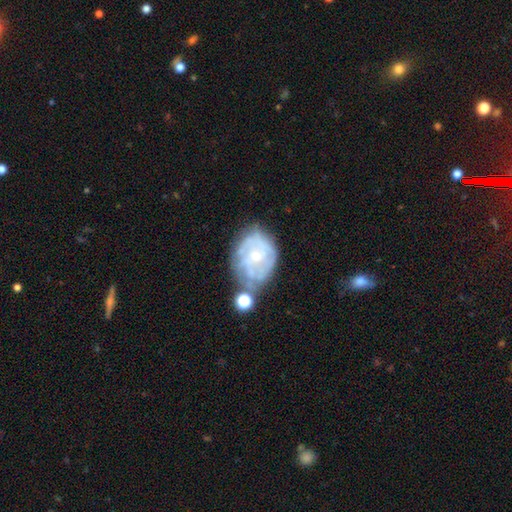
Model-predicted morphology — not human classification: smooth_or_featured: featured or disk (p=0.72) [alt: smooth p=0.19]
disk_edge_on: no (p=0.97) [alt: yes p=0.03]
bar: no (p=0.77) [alt: weak p=0.20]
has_spiral_arms: yes (p=0.75) [alt: no p=0.25]
spiral_winding: tight (p=0.62) [alt: medium p=0.28]
spiral_arm_count: can't tell (p=0.56) [alt: 3 p=0.14]
bulge_size: small (p=0.65) [alt: moderate p=0.29]
merging: none (p=0.42) [alt: minor disturbance p=0.27]